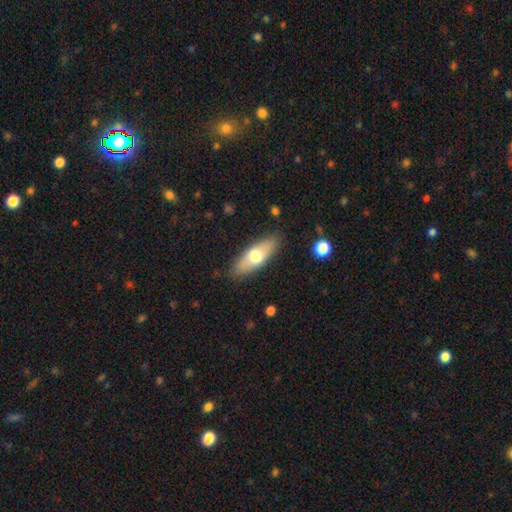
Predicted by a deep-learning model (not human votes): A smooth galaxy with no disk features (63%) that is in between round and cigar-shaped (64%).

Vote fractions:
- Smooth or featured? smooth: 63% / featured or disk: 32% / star or artifact: 6%
- How rounded? in between: 64% / cigar-shaped: 34% / round: 3%
- Merging? none: 86% / minor disturbance: 11% / major disturbance: 3% / merger: 1%